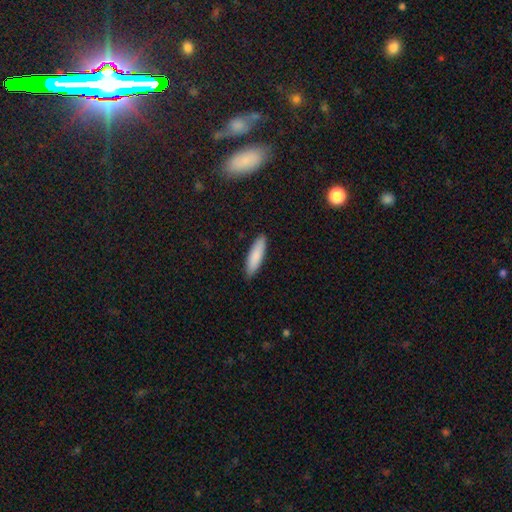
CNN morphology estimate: Smooth or featured?
  - smooth: 86% *
  - featured or disk: 9%
  - star or artifact: 6%
How rounded?
  - cigar-shaped: 67% *
  - in between: 31%
  - round: 1%
Merging?
  - none: 88% *
  - minor disturbance: 9%
  - major disturbance: 2%
  - merger: 1%